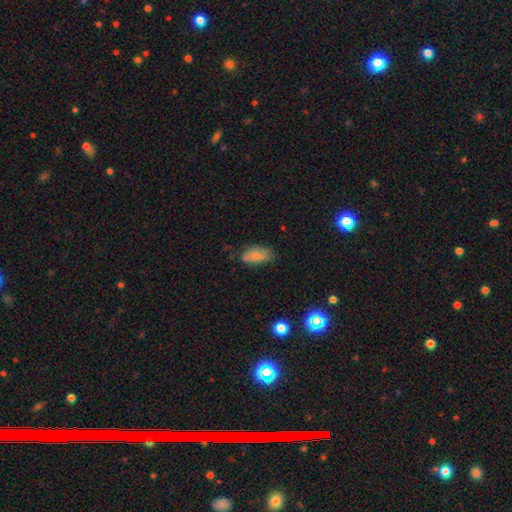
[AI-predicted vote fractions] Smooth or featured?
  - smooth: 75% *
  - featured or disk: 16%
  - star or artifact: 8%
How rounded?
  - in between: 90% *
  - cigar-shaped: 6%
  - round: 4%
Merging?
  - none: 60% *
  - minor disturbance: 29%
  - major disturbance: 9%
  - merger: 2%